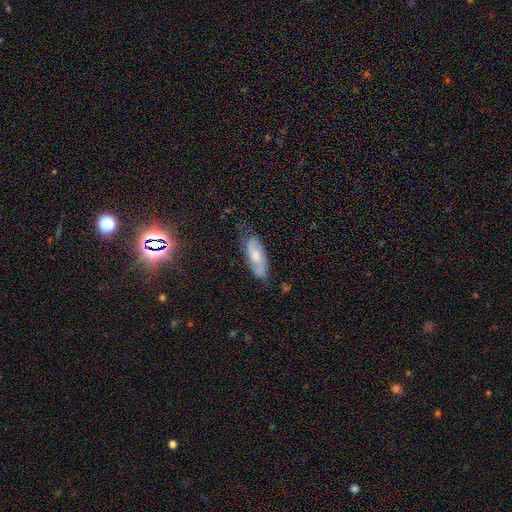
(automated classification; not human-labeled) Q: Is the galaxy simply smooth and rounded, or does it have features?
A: featured or disk — 56%.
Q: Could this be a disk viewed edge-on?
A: no — 81%.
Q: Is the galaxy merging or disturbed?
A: none — 66%.